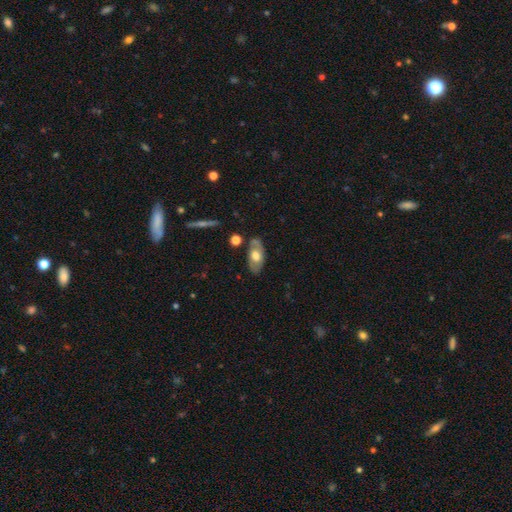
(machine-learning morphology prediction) Q: Smooth or featured?
A: smooth (51%); runner-up: featured or disk (43%)
Q: How rounded?
A: in between (90%); runner-up: round (5%)
Q: Merging?
A: none (73%); runner-up: minor disturbance (17%)